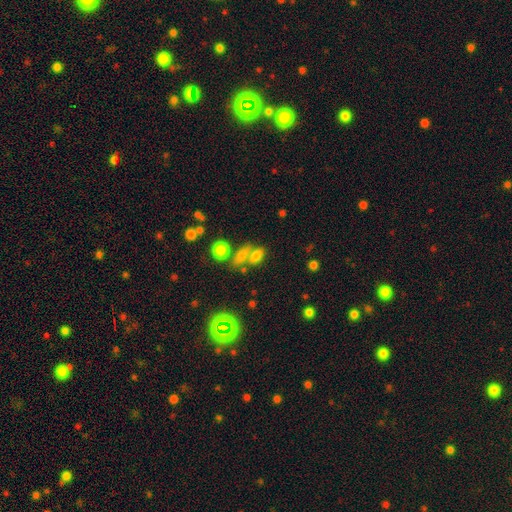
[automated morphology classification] Smooth or featured: smooth — 67% (star or artifact — 19%)
How rounded: in between — 77% (round — 14%)
Merging: none — 44% (merger — 37%)